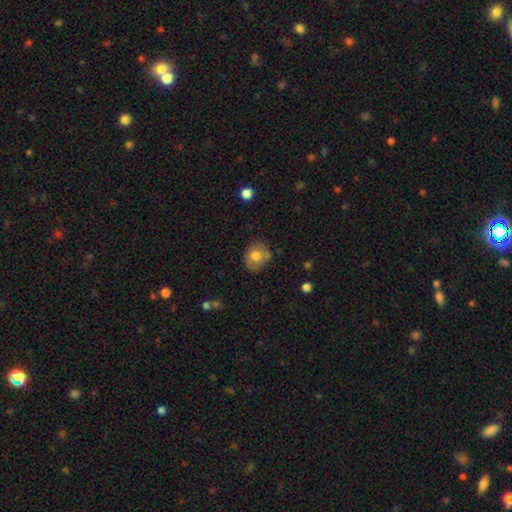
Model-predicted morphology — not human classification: smooth 70%, featured or disk 21%, star or artifact 9%. Down the decision tree: how rounded — round (65%); merging — none (65%).